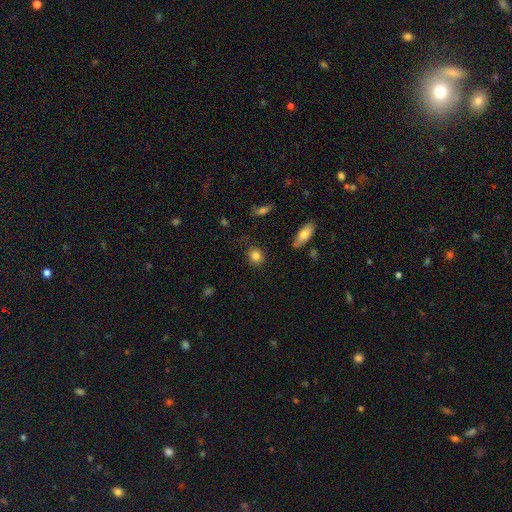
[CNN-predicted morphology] Smooth or featured? smooth (84%)
How rounded? round (72%)
Merging? none (81%)